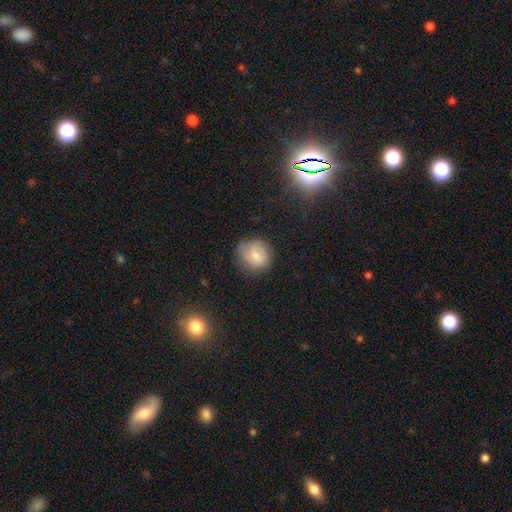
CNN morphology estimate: The model was most divided on "smooth or featured": smooth: 53%, featured or disk: 38%, star or artifact: 9%. More confident: how rounded — round (78%); merging — none (65%).